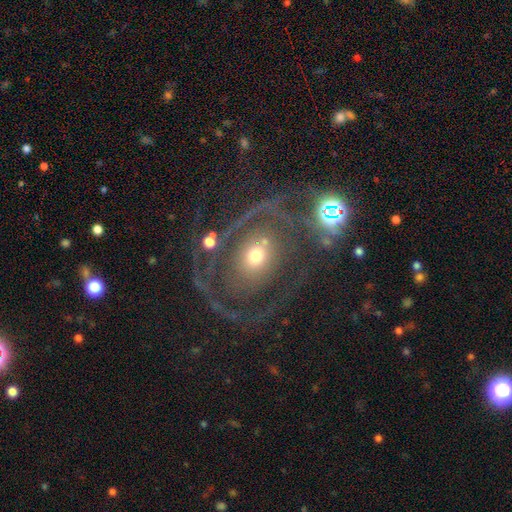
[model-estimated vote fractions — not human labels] Smooth or featured? Predicted: featured or disk (p=0.75). Edge-on disk? Predicted: no (p=0.96). Bar? Predicted: no (p=0.77). Spiral arms? Predicted: yes (p=0.82). Spiral winding? Predicted: tight (p=0.42). Spiral arm count? Predicted: 2 (p=0.46). Bulge size? Predicted: moderate (p=0.51). Merging? Predicted: none (p=0.58).